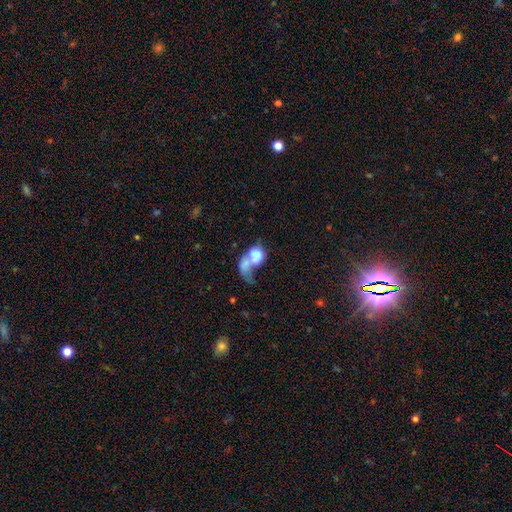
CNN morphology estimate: Smooth or featured? smooth (62%)
How rounded? in between (64%)
Merging? merger (70%)